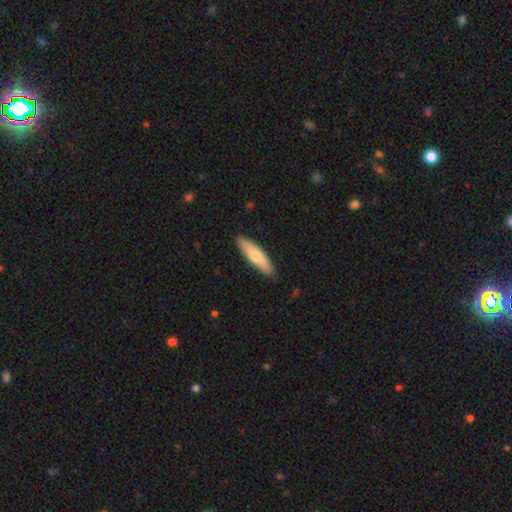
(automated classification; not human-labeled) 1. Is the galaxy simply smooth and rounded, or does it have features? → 69% smooth, 26% featured or disk, 5% star or artifact.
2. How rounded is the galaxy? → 68% cigar-shaped, 30% in between, 2% round.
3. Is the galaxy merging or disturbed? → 88% none, 9% minor disturbance, 2% major disturbance, 1% merger.